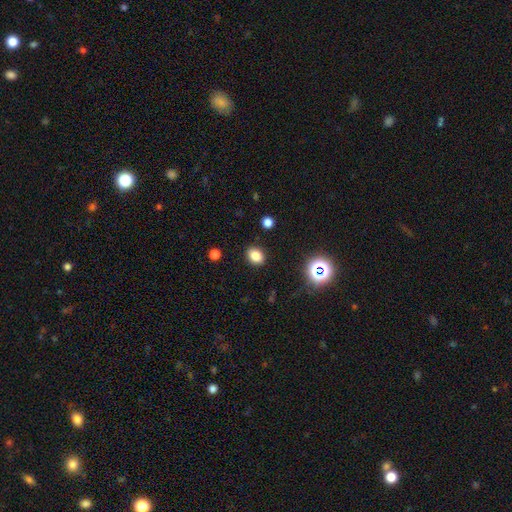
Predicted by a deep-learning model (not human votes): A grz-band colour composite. It shows a smooth galaxy with no disk features (80%) that is in between round and cigar-shaped (55%). Merging: none (89%).